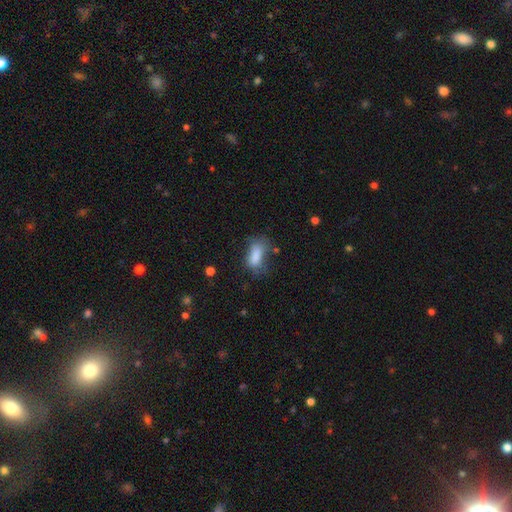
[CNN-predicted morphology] A smooth galaxy with no disk features (79%) that is in between round and cigar-shaped (87%).

Vote fractions:
- Smooth or featured? smooth: 79% / featured or disk: 12% / star or artifact: 10%
- How rounded? in between: 87% / cigar-shaped: 7% / round: 5%
- Merging? none: 43% / minor disturbance: 31% / major disturbance: 22% / merger: 5%